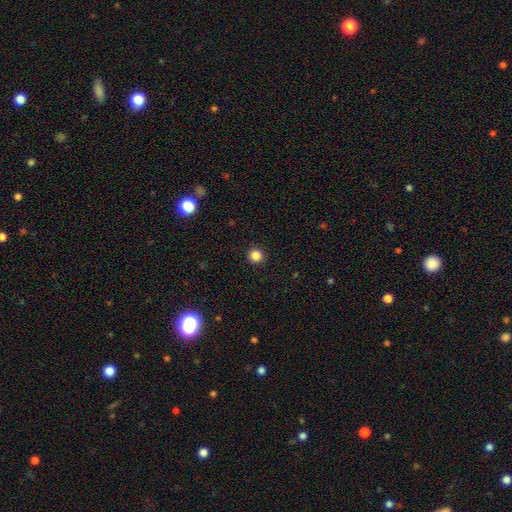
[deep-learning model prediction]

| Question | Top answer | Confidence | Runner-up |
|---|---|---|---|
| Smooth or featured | smooth | 85% | star or artifact (11%) |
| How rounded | round | 95% | in between (4%) |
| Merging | none | 93% | minor disturbance (4%) |